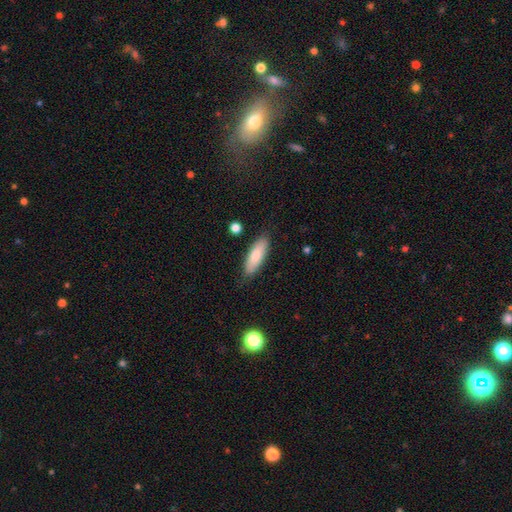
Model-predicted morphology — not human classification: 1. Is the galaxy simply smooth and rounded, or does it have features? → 80% smooth, 14% featured or disk, 6% star or artifact.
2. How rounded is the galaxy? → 58% in between, 41% cigar-shaped, 2% round.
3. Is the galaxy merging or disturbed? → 81% none, 14% minor disturbance, 3% major disturbance, 2% merger.